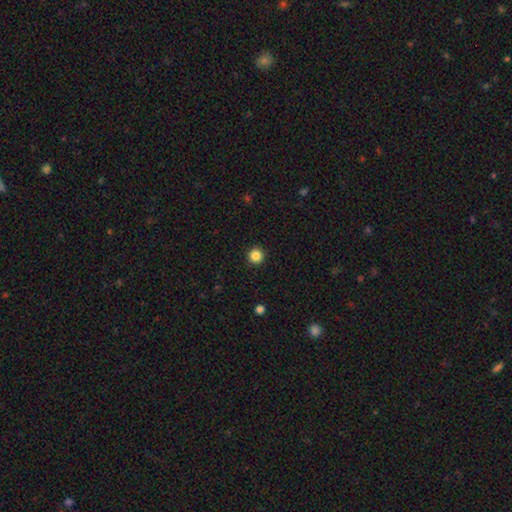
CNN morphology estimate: Overall: smooth (85%). How rounded: round (96%). Merging: none (93%).